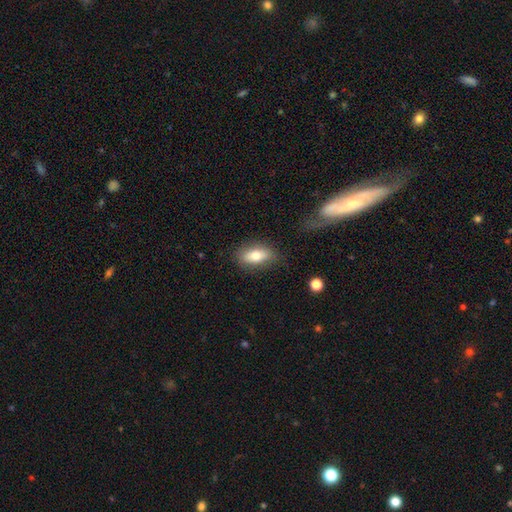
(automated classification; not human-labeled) This is likely a smooth galaxy (71%). How rounded: clearly in between (83%). Merging: likely none (80%).